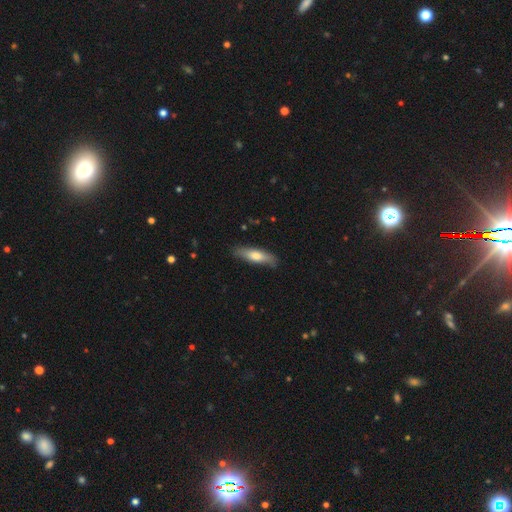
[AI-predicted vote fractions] Smooth or featured?
  - smooth: 66% *
  - featured or disk: 29%
  - star or artifact: 5%
How rounded?
  - cigar-shaped: 65% *
  - in between: 33%
  - round: 2%
Merging?
  - none: 83% *
  - minor disturbance: 14%
  - major disturbance: 2%
  - merger: 1%